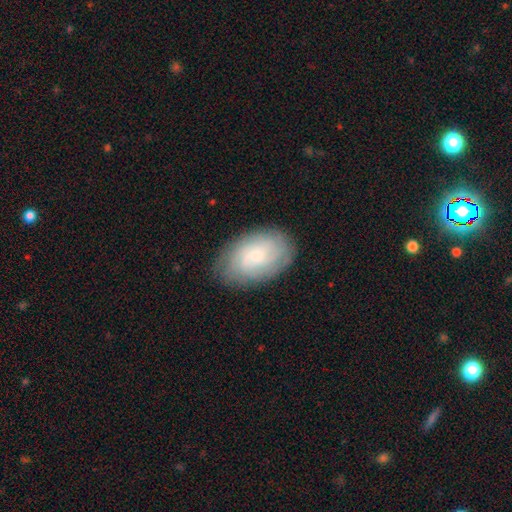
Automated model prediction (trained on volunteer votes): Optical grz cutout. It shows a featured or disk galaxy (52%). Merging: none (80%).